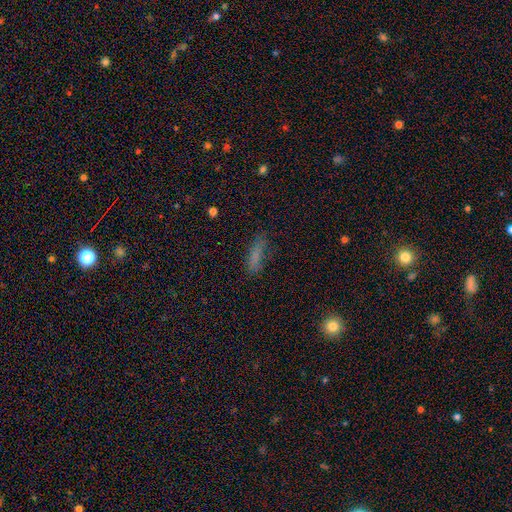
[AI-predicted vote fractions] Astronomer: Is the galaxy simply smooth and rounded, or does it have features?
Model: smooth — 73%.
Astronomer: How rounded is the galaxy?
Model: cigar-shaped — 55% (runner-up: in between, 42%).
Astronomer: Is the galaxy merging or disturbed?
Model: none — 66%.